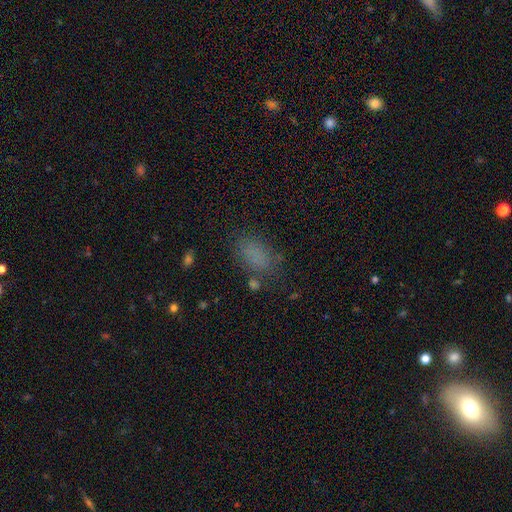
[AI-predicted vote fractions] Morphology: type=smooth (78%); roundness=in between (88%); merging=none (72%).